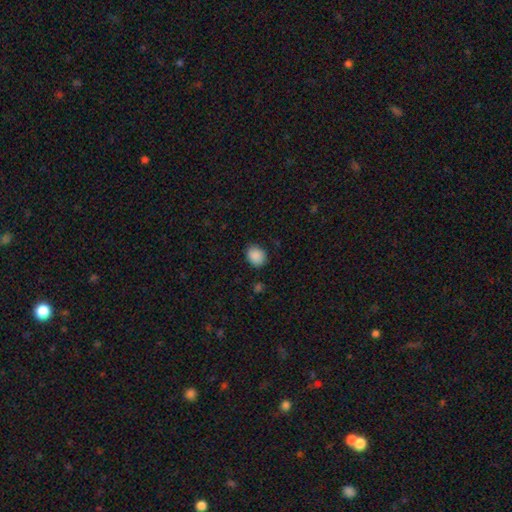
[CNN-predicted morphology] A smooth galaxy with no disk features (88%) that is round (53%). Merging: none (83%).